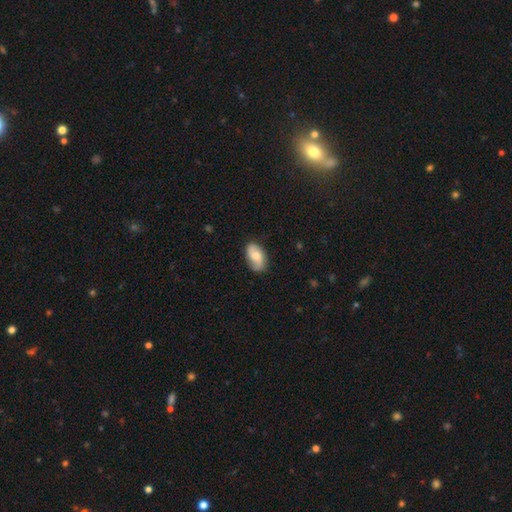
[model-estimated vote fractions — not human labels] Smooth or featured: smooth — 48% (featured or disk — 45%)
Merging: none — 77% (minor disturbance — 18%)